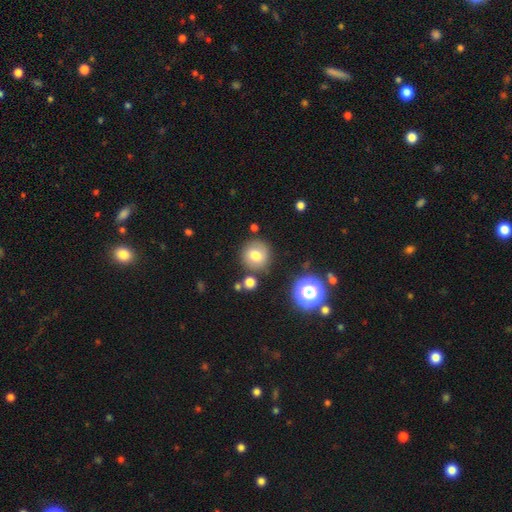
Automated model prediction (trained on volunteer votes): This appears to be a smooth galaxy with no disk features (74%) that is round (92%). Merging: none (81%).